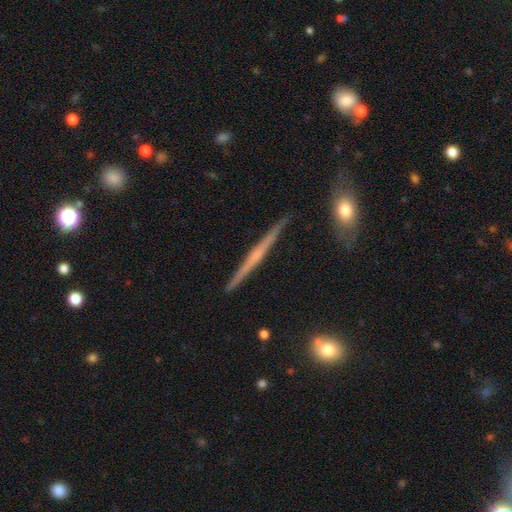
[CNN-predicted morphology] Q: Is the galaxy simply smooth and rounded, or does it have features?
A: featured or disk — 73%.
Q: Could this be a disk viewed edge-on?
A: yes — 98%.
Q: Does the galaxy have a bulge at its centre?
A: none — 51%.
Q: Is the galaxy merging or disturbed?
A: none — 91%.